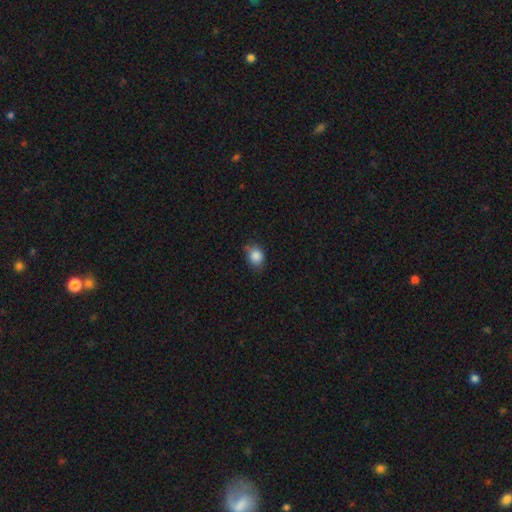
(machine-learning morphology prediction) Smooth or featured? Predicted: smooth (p=0.86). How rounded? Predicted: round (p=0.60). Merging? Predicted: none (p=0.63).